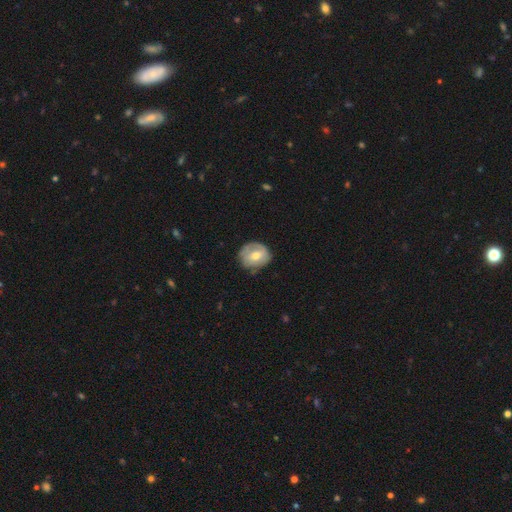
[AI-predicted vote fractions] This is possibly a smooth galaxy (54%). How rounded: likely round (76%). Merging: likely none (69%).